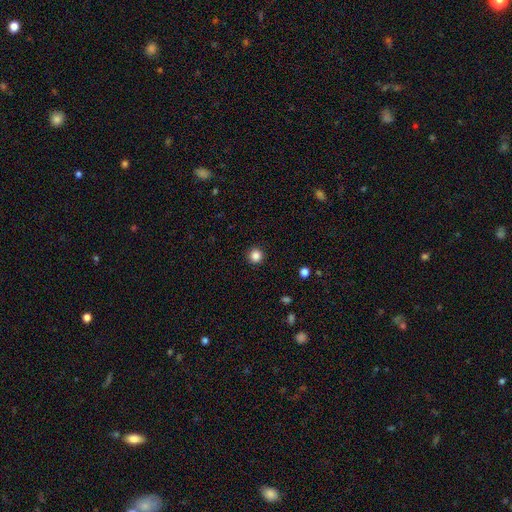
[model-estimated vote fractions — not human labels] This is clearly a smooth galaxy (85%). How rounded: clearly round (96%). Merging: clearly none (92%).